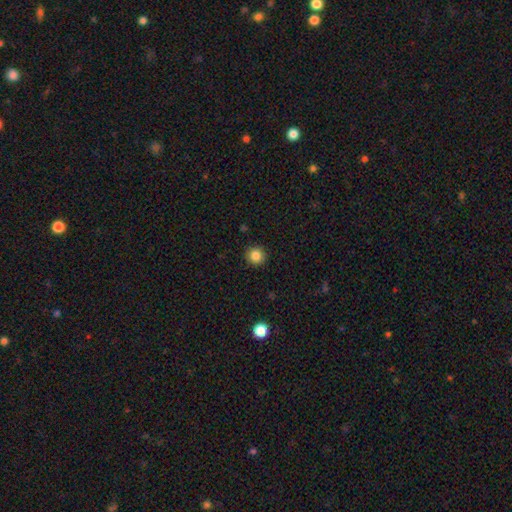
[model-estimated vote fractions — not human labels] Overall: smooth (85%). How rounded: round (95%). Merging: none (92%).